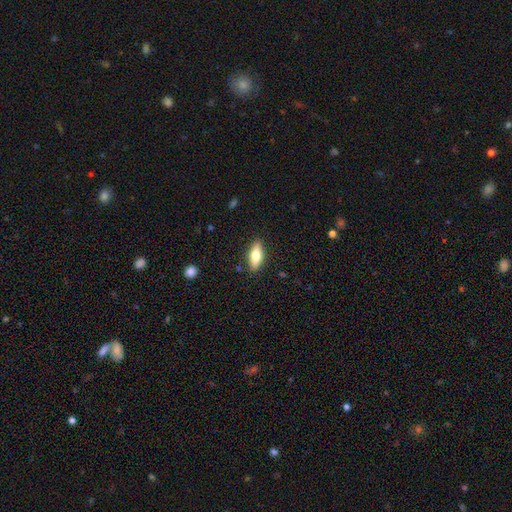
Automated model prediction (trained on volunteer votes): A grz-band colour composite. It shows a smooth galaxy with no disk features (62%) that is in between round and cigar-shaped (68%). Merging: none (88%).